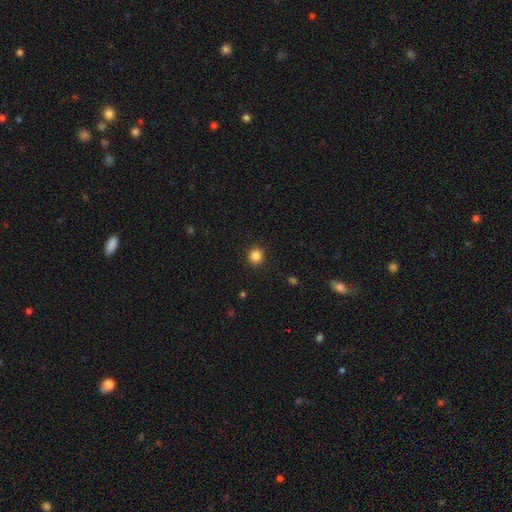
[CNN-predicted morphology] smooth-or-featured: smooth: 85% | star or artifact: 11% | featured or disk: 4%
  how-rounded: round: 91% | in between: 8% | cigar-shaped: 1%
  merging: none: 92% | minor disturbance: 5% | major disturbance: 2% | merger: 1%